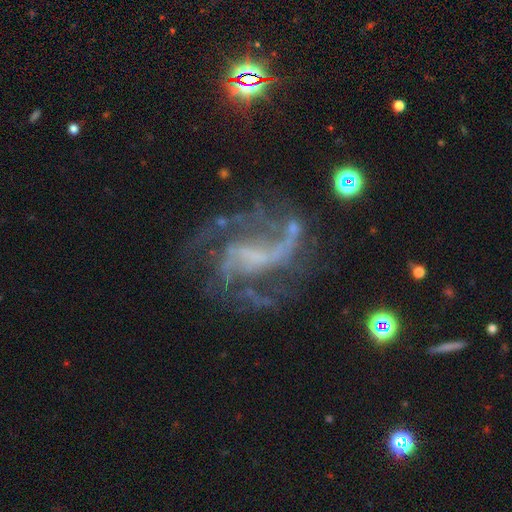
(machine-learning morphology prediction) type=featured or disk (86%); edge-on=no (98%); bar=weak (44%); spiral arms=yes (95%); winding=medium (48%); arm count=2 (46%); bulge=none (56%); merging=none (59%).